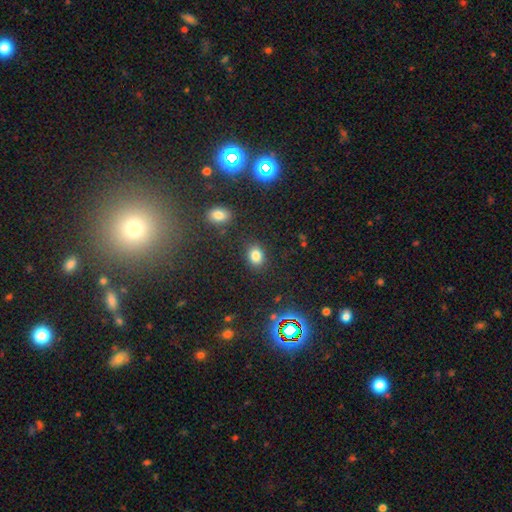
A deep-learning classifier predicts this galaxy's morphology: type=smooth (80%); roundness=in between (56%); merging=none (84%).